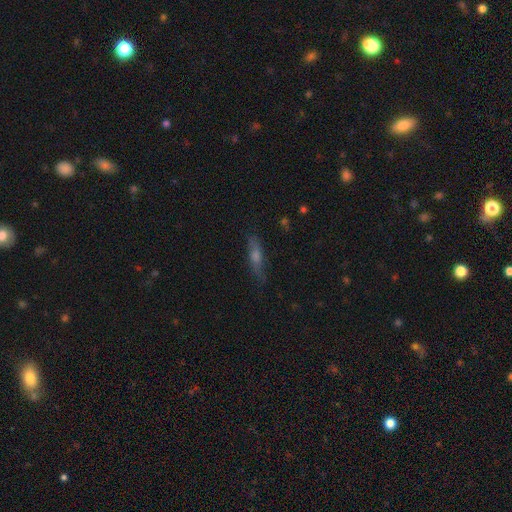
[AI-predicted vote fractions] This appears to be a featured or disk galaxy (47%). Merging: none (77%).